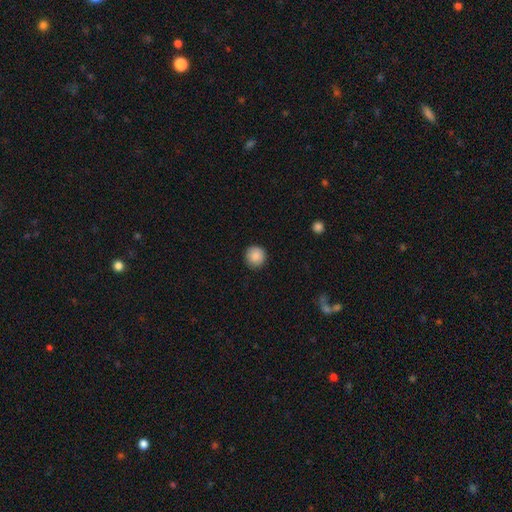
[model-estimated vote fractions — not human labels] smooth_or_featured: smooth (p=0.87) [alt: star or artifact p=0.08]
how_rounded: round (p=0.94) [alt: in between p=0.05]
merging: none (p=0.90) [alt: minor disturbance p=0.07]